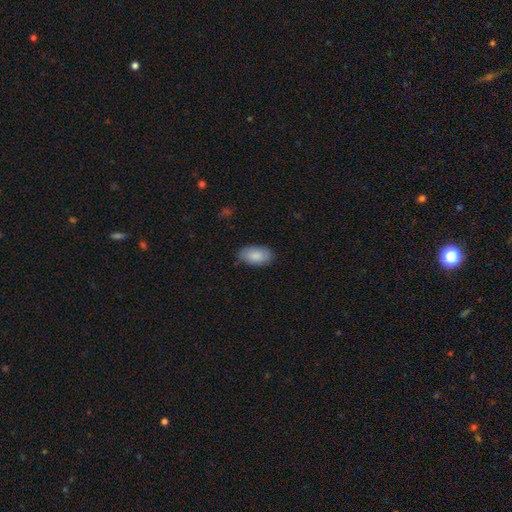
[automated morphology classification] Smooth or featured? Predicted: smooth (p=0.87). How rounded? Predicted: in between (p=0.95). Merging? Predicted: none (p=0.81).